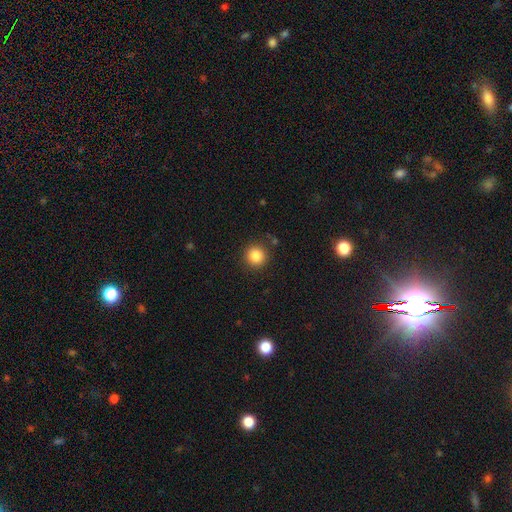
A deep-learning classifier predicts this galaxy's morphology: A smooth galaxy with no disk features (85%) that is round (94%). Merging: none (88%).